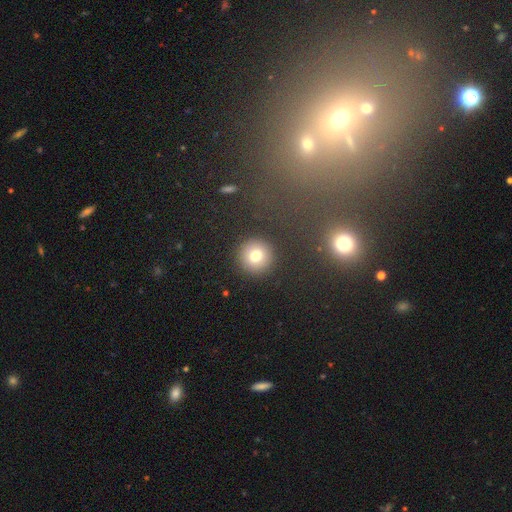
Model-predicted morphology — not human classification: Smooth or featured? Predicted: smooth (p=0.75). How rounded? Predicted: round (p=0.95). Merging? Predicted: none (p=0.91).